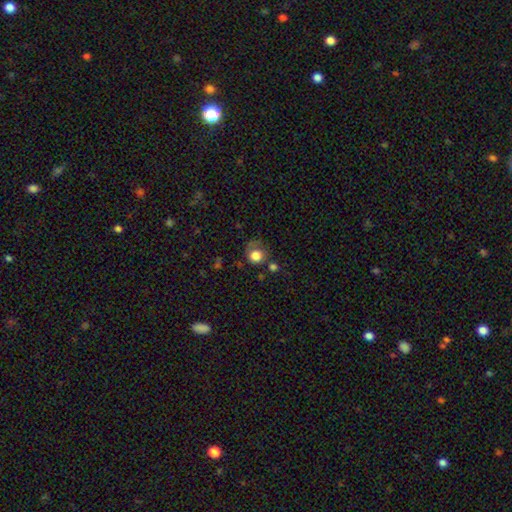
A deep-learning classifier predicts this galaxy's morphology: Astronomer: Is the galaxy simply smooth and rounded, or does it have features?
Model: smooth — 81%.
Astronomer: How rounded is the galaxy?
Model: round — 83%.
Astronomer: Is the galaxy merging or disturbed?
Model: none — 47% (runner-up: minor disturbance, 25%).